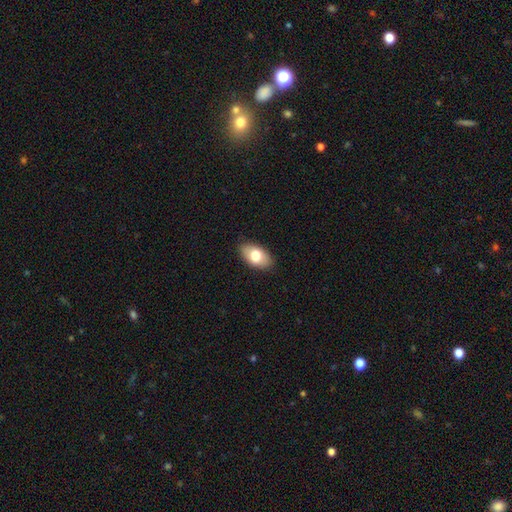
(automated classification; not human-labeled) The model was most divided on "smooth or featured": smooth: 75%, featured or disk: 18%, star or artifact: 7%. More confident: how rounded — in between (92%); merging — none (86%).